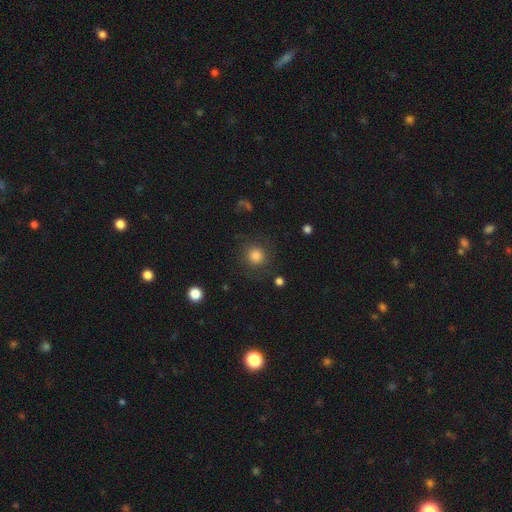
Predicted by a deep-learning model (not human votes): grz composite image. It shows a smooth galaxy with no disk features (80%) that is round (91%). Merging: none (81%).